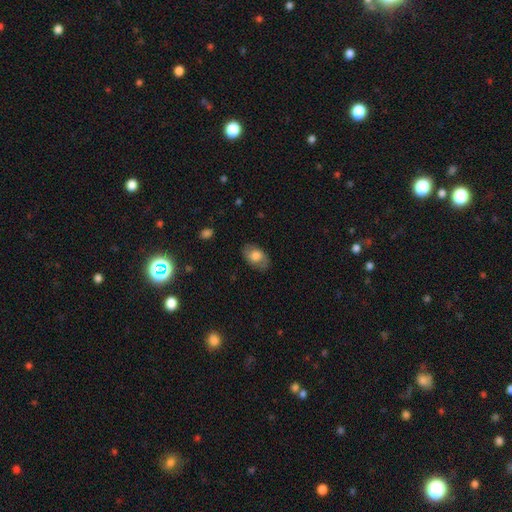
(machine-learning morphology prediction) Smooth or featured: smooth — 67% (featured or disk — 25%)
How rounded: in between — 88% (round — 11%)
Merging: none — 79% (minor disturbance — 16%)